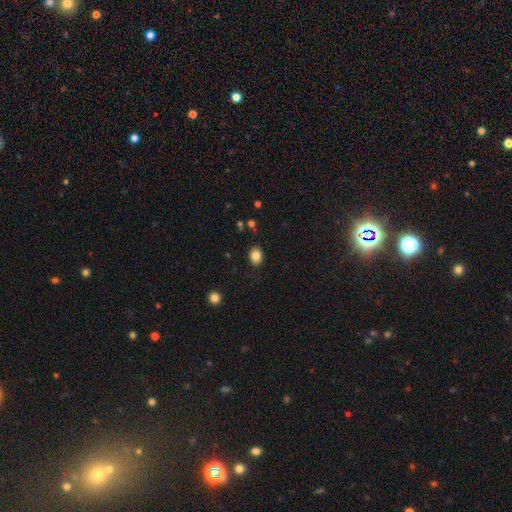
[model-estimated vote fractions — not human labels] Smooth or featured: smooth — 85% (star or artifact — 10%)
How rounded: in between — 61% (round — 38%)
Merging: none — 85% (minor disturbance — 11%)